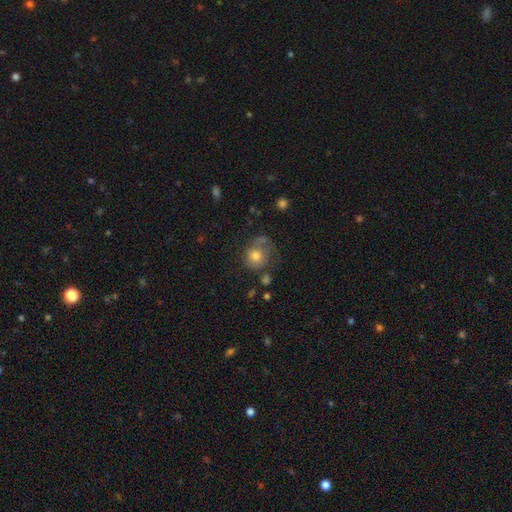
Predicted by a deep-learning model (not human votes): The model was most divided on "merging": none: 48%, minor disturbance: 23%, major disturbance: 19%, merger: 9%. More confident: how rounded — round (78%); smooth or featured — smooth (70%).